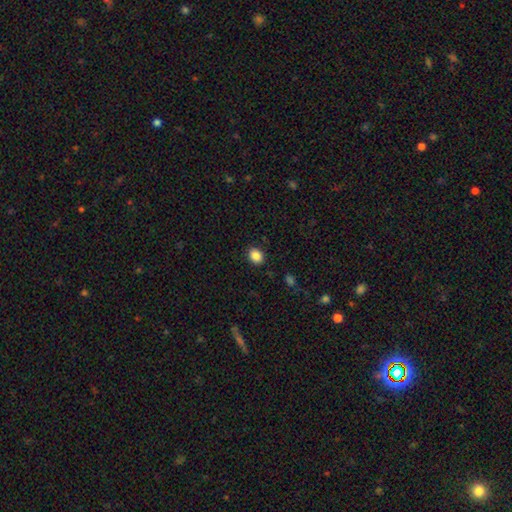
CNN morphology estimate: This appears to be a smooth galaxy with no disk features (87%) that is in between round and cigar-shaped (52%). Merging: none (89%).